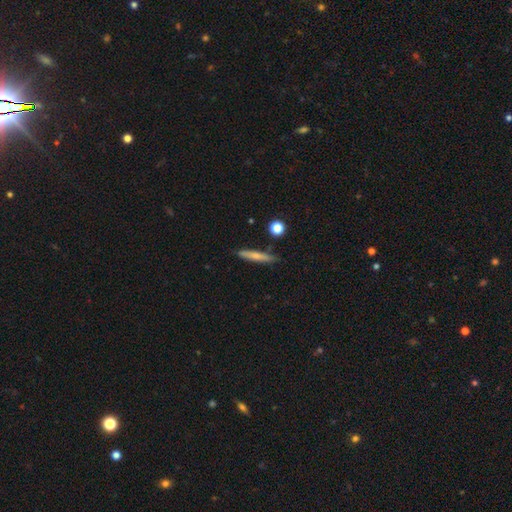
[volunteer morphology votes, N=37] Smooth or featured? 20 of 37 (54%) said smooth. How rounded? 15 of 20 (75%) said cigar-shaped. Merging? 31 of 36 (86%) said none.